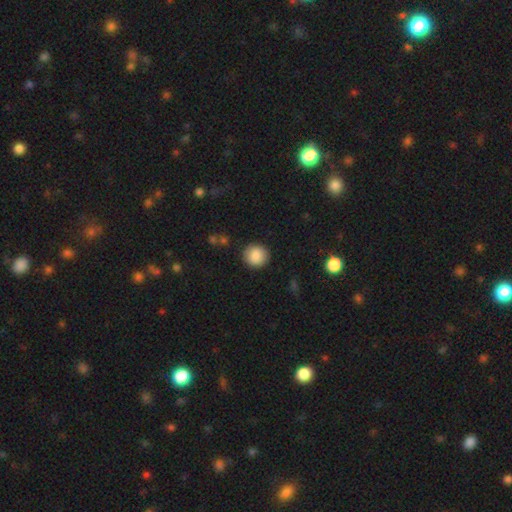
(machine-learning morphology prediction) This is clearly a smooth galaxy (88%). How rounded: clearly round (91%). Merging: clearly none (90%).